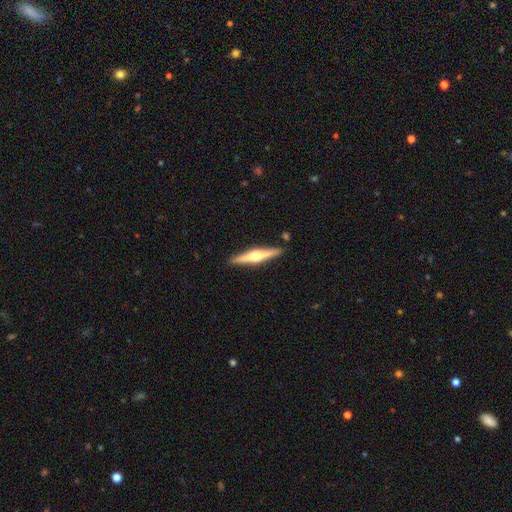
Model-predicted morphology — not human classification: Smooth or featured: featured or disk — 72% (smooth — 24%)
Edge-on disk: yes — 98% (no — 2%)
Edge-on bulge: rounded — 94% (boxy — 3%)
Merging: none — 90% (minor disturbance — 7%)